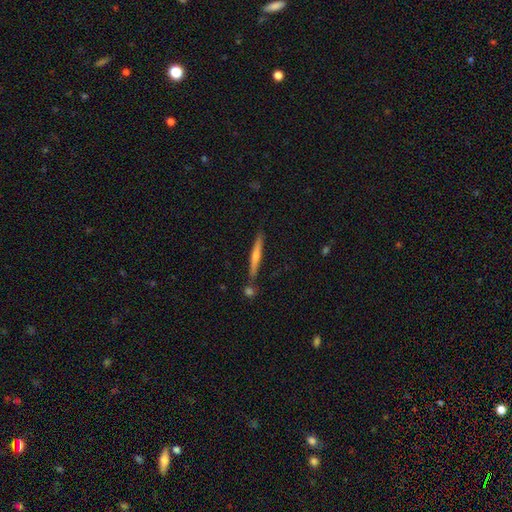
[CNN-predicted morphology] featured or disk 66%, smooth 28%, star or artifact 7%. Down the decision tree: edge-on disk — yes (97%); edge-on bulge — rounded (72%); merging — none (85%).